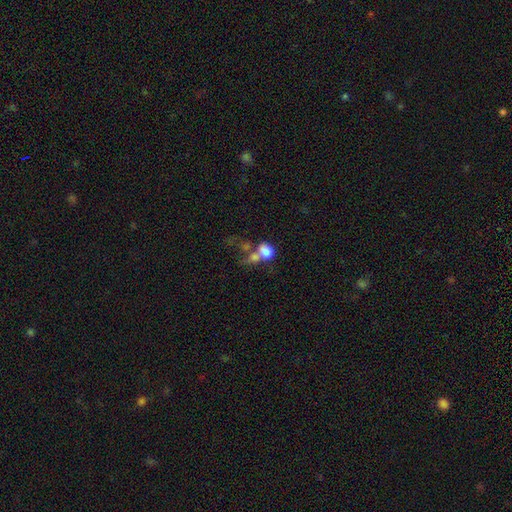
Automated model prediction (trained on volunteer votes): Smooth or featured? Predicted: smooth (p=0.71). How rounded? Predicted: in between (p=0.53). Merging? Predicted: merger (p=0.58).